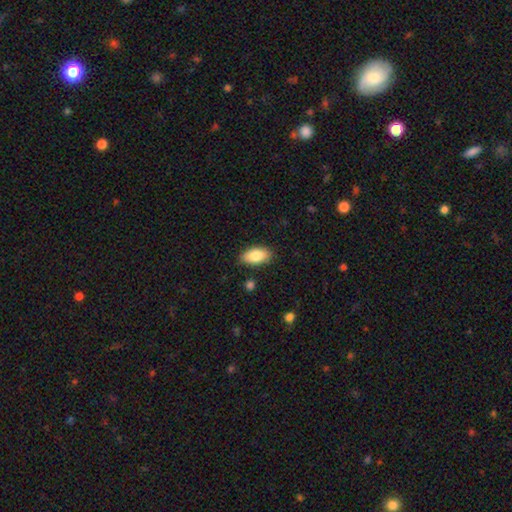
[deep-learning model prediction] smooth 83%, featured or disk 11%, star or artifact 7%. Down the decision tree: how rounded — in between (93%); merging — none (85%).